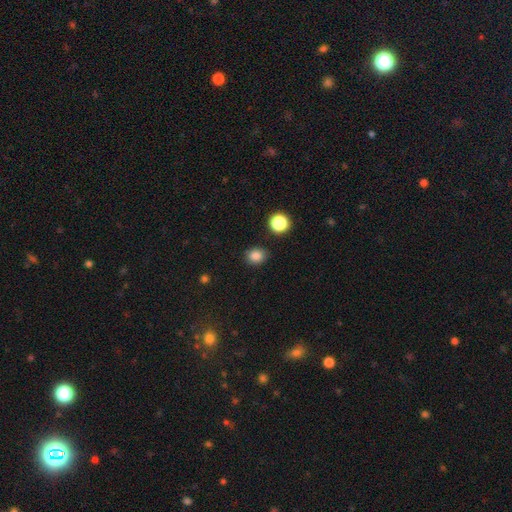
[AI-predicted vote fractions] smooth_or_featured: smooth (p=0.84) [alt: star or artifact p=0.12]
how_rounded: round (p=0.66) [alt: in between p=0.34]
merging: none (p=0.86) [alt: minor disturbance p=0.09]